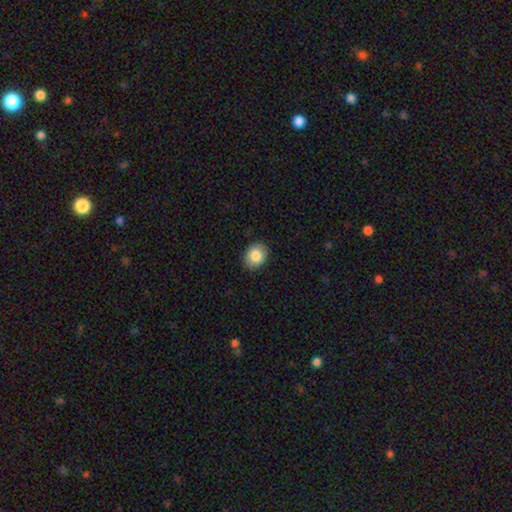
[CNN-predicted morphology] Smooth or featured?
  - smooth: 84% *
  - featured or disk: 8%
  - star or artifact: 8%
How rounded?
  - round: 52% *
  - in between: 47%
  - cigar-shaped: 1%
Merging?
  - none: 89% *
  - minor disturbance: 9%
  - major disturbance: 2%
  - merger: 1%